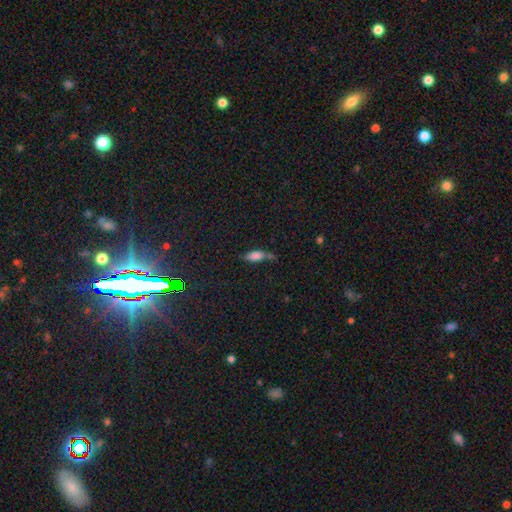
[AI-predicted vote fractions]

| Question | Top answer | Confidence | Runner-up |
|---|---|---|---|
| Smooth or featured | smooth | 73% | featured or disk (16%) |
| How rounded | in between | 73% | cigar-shaped (23%) |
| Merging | none | 46% | minor disturbance (30%) |